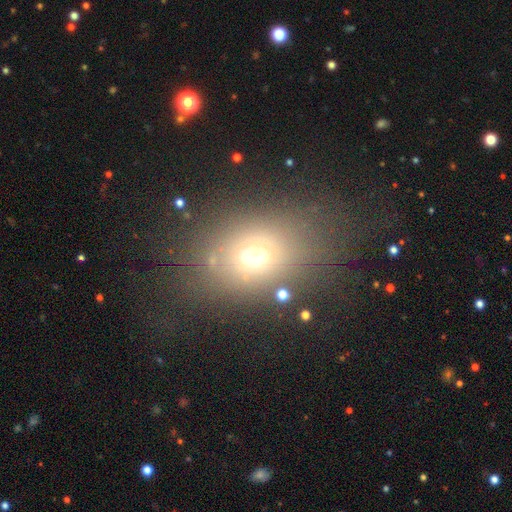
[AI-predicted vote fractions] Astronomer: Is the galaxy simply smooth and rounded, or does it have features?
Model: smooth — 59%.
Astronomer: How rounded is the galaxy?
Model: in between — 61% (runner-up: round, 37%).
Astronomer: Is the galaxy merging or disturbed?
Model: none — 66%.